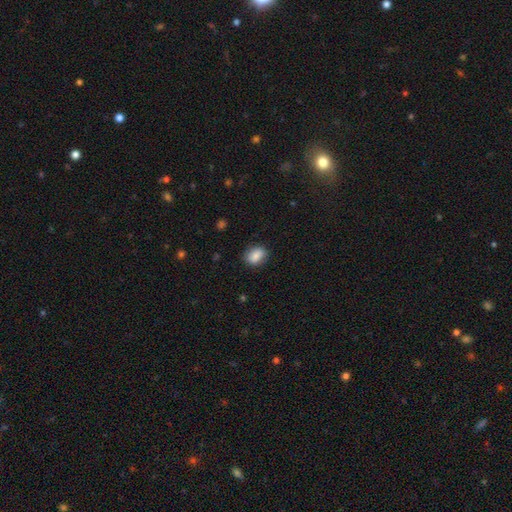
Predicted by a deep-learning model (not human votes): smooth-or-featured: smooth: 85% | star or artifact: 8% | featured or disk: 7%
  how-rounded: in between: 66% | round: 32% | cigar-shaped: 2%
  merging: none: 82% | minor disturbance: 13% | major disturbance: 3% | merger: 1%